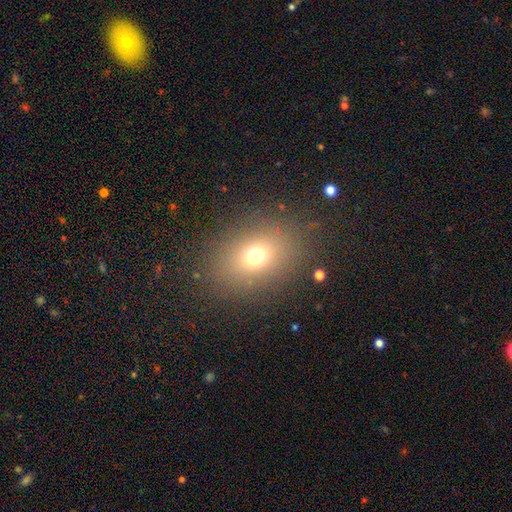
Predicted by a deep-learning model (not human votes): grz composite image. It shows a smooth galaxy with no disk features (70%) that is in between round and cigar-shaped (63%). Merging: none (84%).